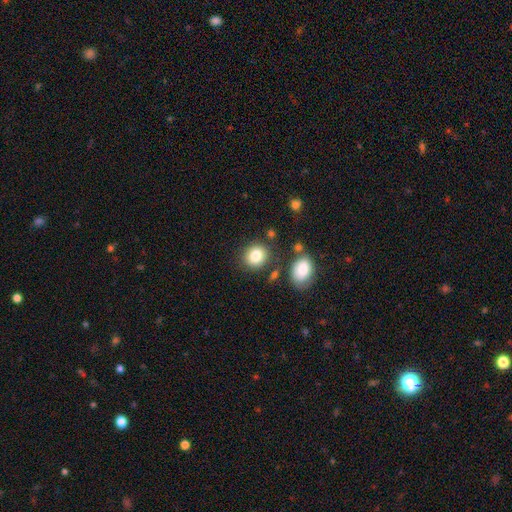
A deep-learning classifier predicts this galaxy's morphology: Overall: smooth (83%). How rounded: round (71%). Merging: none (79%).